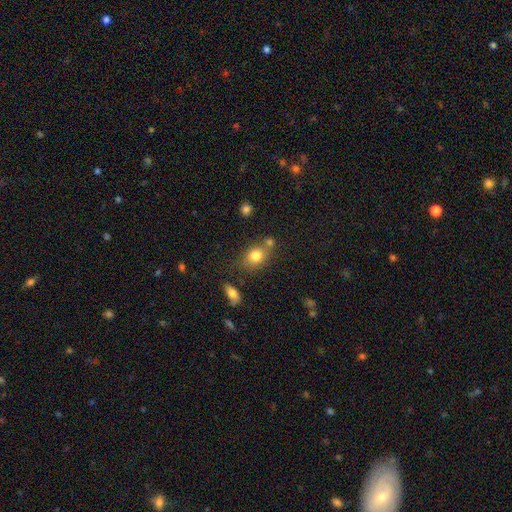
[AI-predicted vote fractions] smooth_or_featured: smooth (p=0.80) [alt: star or artifact p=0.10]
how_rounded: in between (p=0.55) [alt: round p=0.43]
merging: none (p=0.60) [alt: merger p=0.19]